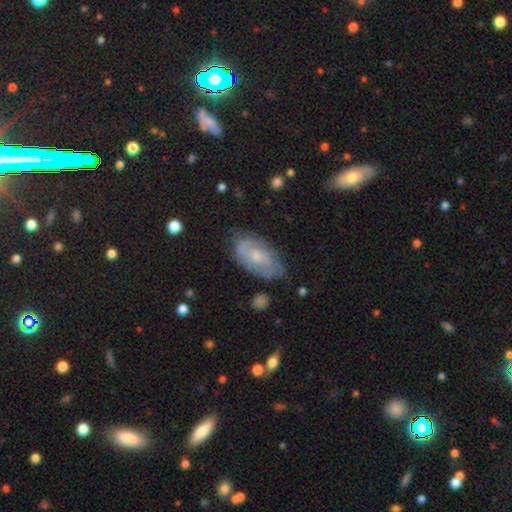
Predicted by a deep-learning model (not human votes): Morphology: type=featured or disk (50%); edge-on=no (91%); merging=none (66%).